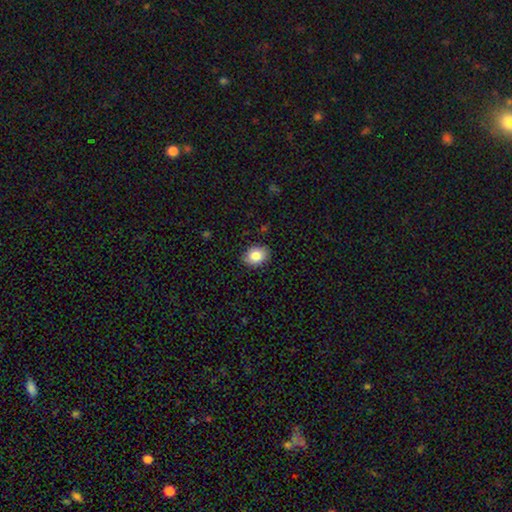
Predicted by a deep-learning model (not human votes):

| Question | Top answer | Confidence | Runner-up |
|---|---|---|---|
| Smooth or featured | smooth | 84% | star or artifact (8%) |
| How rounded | in between | 63% | round (36%) |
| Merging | none | 88% | minor disturbance (9%) |